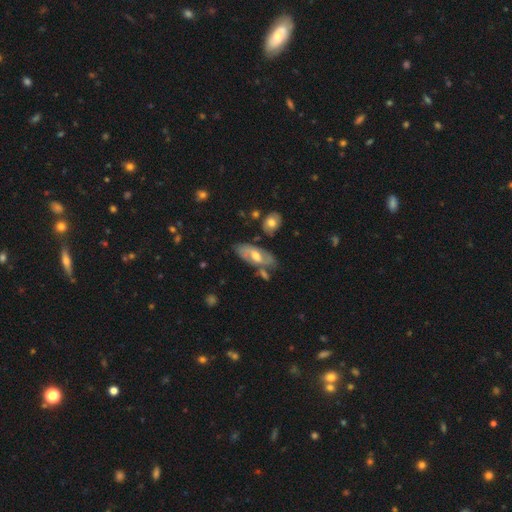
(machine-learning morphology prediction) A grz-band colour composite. It shows a featured or disk galaxy (63%) with no bar (47%), spiral arms (65%) and a moderate central bulge (67%). Merging: none (64%).